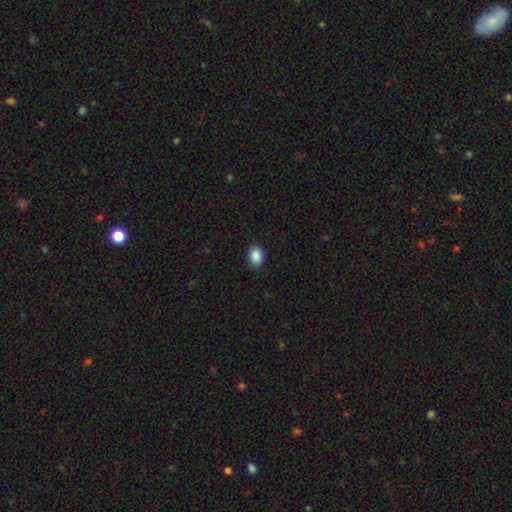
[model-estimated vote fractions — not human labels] This is clearly a smooth galaxy (89%). How rounded: likely in between (78%). Merging: clearly none (89%).